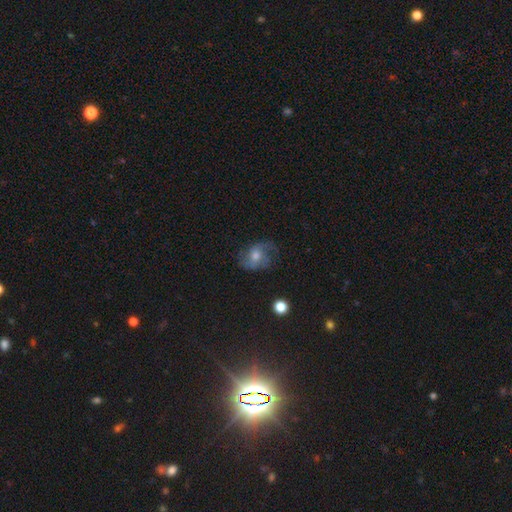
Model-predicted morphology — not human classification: Smooth or featured: featured or disk — 66% (smooth — 21%)
Edge-on disk: no — 97% (yes — 3%)
Bar: no — 57% (weak — 35%)
Spiral arms: yes — 90% (no — 10%)
Spiral winding: medium — 46% (loose — 37%)
Spiral arm count: 2 — 53% (3 — 18%)
Bulge size: moderate — 61% (small — 26%)
Merging: none — 64% (minor disturbance — 21%)